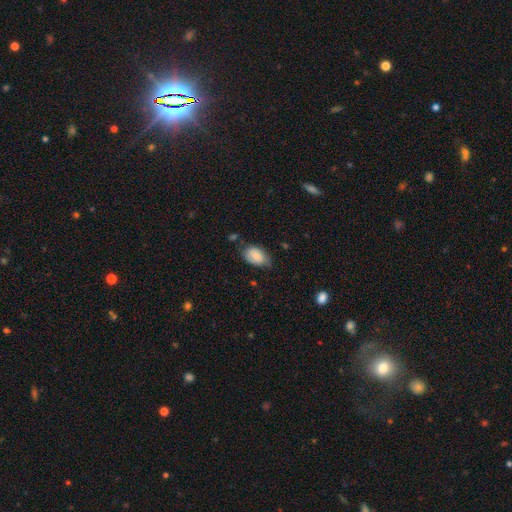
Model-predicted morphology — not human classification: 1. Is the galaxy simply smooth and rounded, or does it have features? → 75% smooth, 18% featured or disk, 7% star or artifact.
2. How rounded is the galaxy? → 90% in between, 9% round, 1% cigar-shaped.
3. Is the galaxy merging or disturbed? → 55% none, 34% minor disturbance, 8% major disturbance, 3% merger.